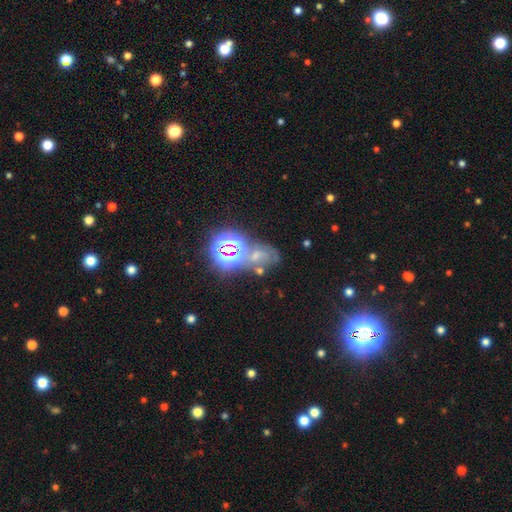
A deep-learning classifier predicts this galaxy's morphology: Smooth or featured? Predicted: star or artifact (p=0.45).